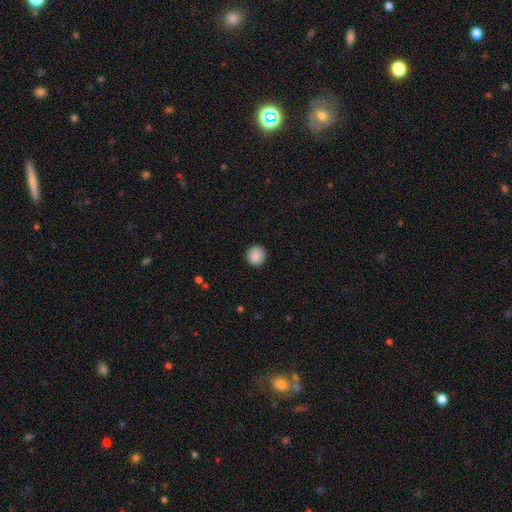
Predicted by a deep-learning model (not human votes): smooth 89%, star or artifact 8%, featured or disk 3%. Down the decision tree: how rounded — round (92%); merging — none (92%).